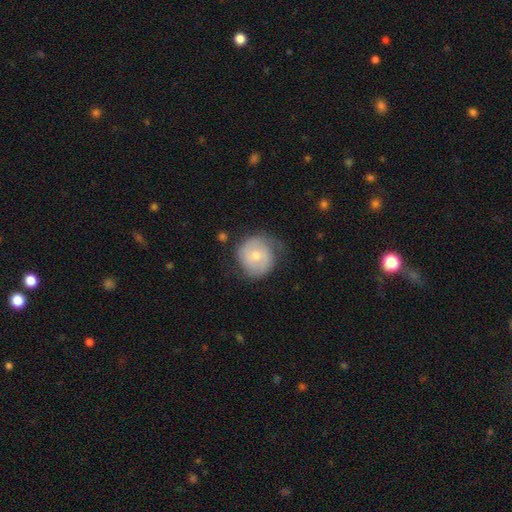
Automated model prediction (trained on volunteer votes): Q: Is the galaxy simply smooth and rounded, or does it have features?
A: featured or disk — 49%.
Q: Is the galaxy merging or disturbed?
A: none — 58%.